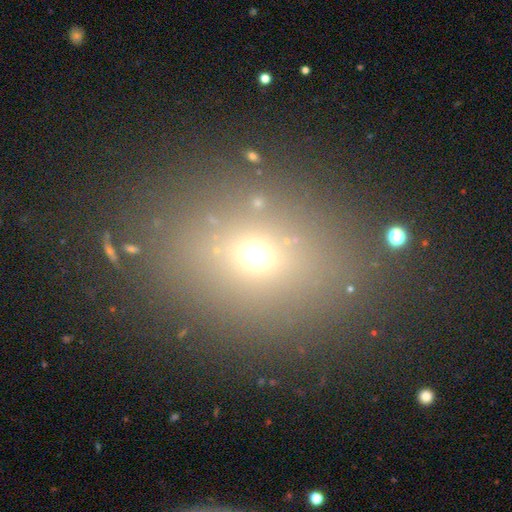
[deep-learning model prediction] This appears to be a smooth galaxy with no disk features (60%) that is round (55%). Merging: none (83%).